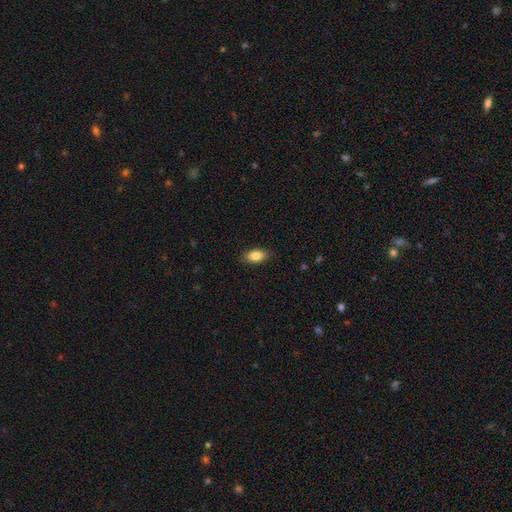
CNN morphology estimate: Smooth or featured?
  - smooth: 85% *
  - featured or disk: 8%
  - star or artifact: 7%
How rounded?
  - in between: 90% *
  - round: 6%
  - cigar-shaped: 4%
Merging?
  - none: 87% *
  - minor disturbance: 10%
  - major disturbance: 2%
  - merger: 1%